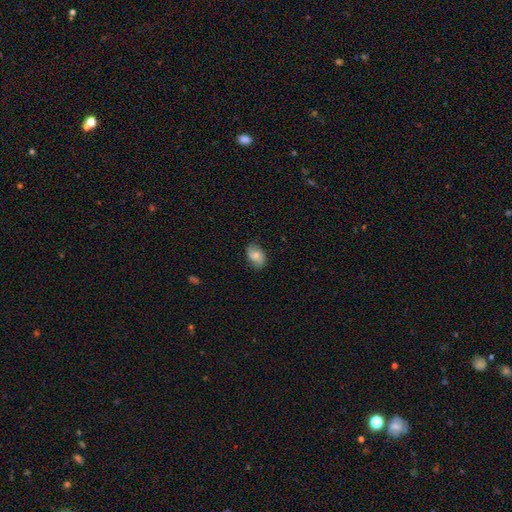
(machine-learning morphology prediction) Smooth or featured? Predicted: smooth (p=0.49). Merging? Predicted: none (p=0.76).